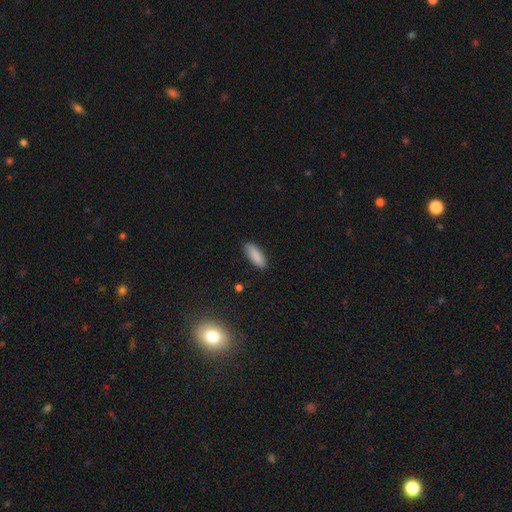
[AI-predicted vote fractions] Morphology: type=smooth (88%); roundness=in between (65%); merging=none (87%).